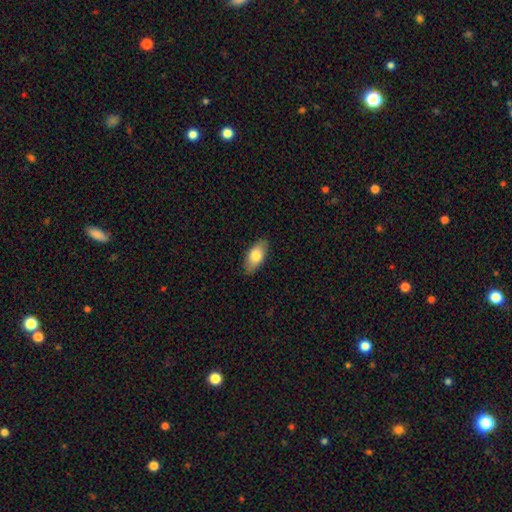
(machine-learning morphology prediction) Overall: smooth (77%). How rounded: in between (90%). Merging: none (87%).